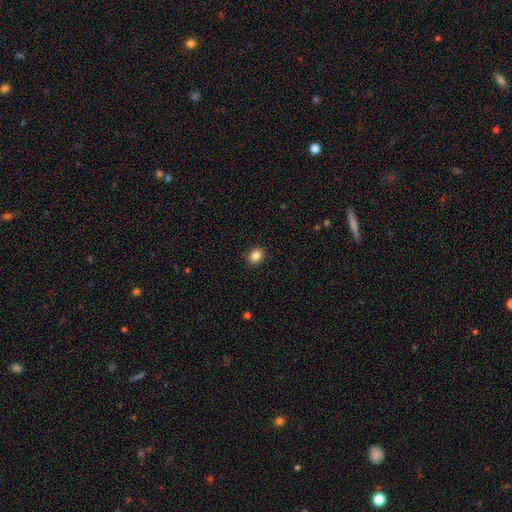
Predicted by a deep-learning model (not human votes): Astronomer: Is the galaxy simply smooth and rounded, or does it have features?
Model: smooth — 86%.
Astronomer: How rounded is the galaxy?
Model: round — 58% (runner-up: in between, 41%).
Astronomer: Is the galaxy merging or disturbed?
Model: none — 90%.